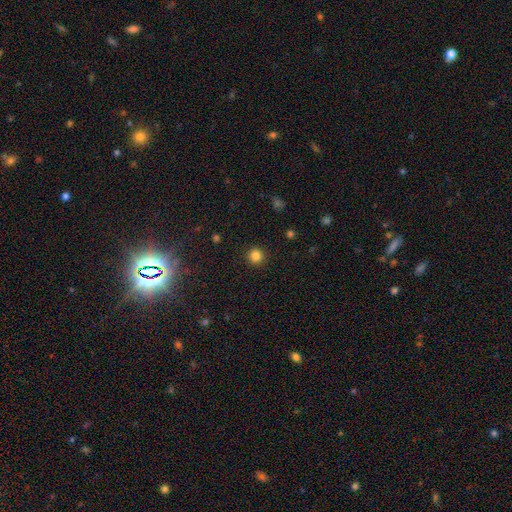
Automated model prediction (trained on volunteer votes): smooth-or-featured: smooth: 84% | star or artifact: 12% | featured or disk: 4%
  how-rounded: round: 94% | in between: 5% | cigar-shaped: 1%
  merging: none: 92% | minor disturbance: 5% | major disturbance: 2% | merger: 1%